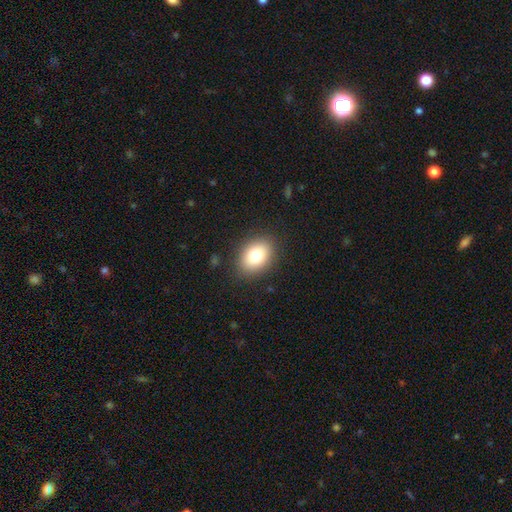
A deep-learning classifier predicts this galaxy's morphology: A smooth galaxy with no disk features (81%) that is in between round and cigar-shaped (77%). Merging: none (87%).